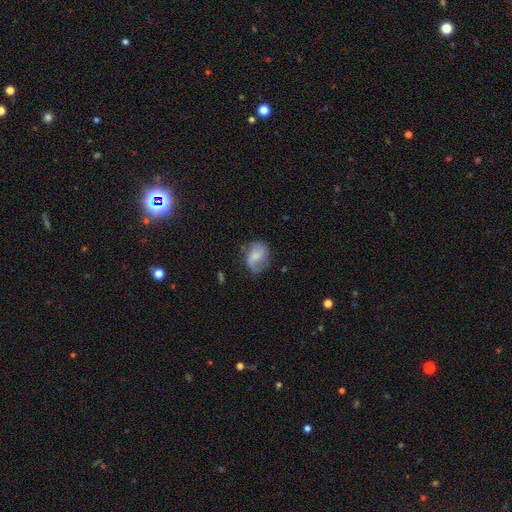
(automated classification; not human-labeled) This appears to be a featured or disk galaxy (53%) with no bar (47%), spiral arms (88%) and a moderate central bulge (35%). Merging: none (63%).